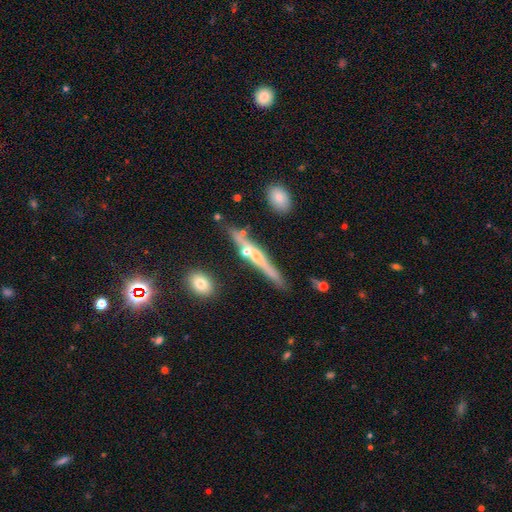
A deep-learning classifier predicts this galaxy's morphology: Overall: featured or disk (65%; smooth 26%). Edge-on disk: yes (94%). Edge-on bulge: rounded (64%; none 30%). Merging: none (77%).